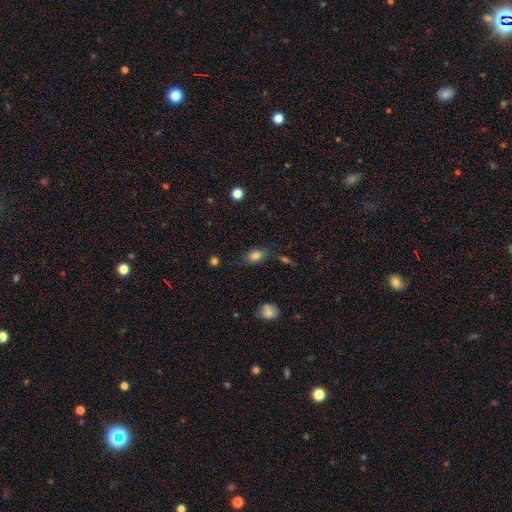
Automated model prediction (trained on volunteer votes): This is clearly a smooth galaxy (81%). How rounded: clearly in between (83%). Merging: likely none (77%).